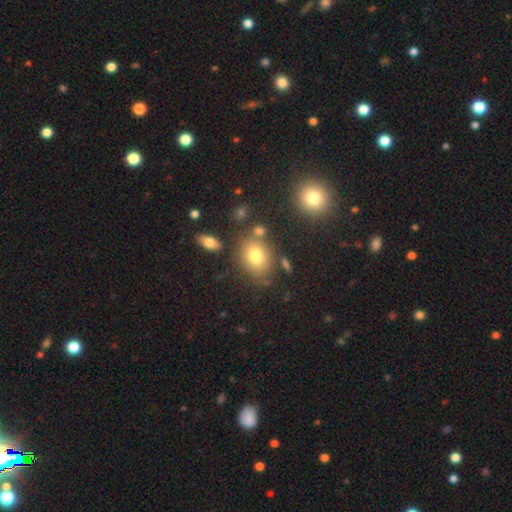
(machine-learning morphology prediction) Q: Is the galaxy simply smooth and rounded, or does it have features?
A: smooth — 75%.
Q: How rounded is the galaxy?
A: in between — 55%.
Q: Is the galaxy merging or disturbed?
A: none — 73%.